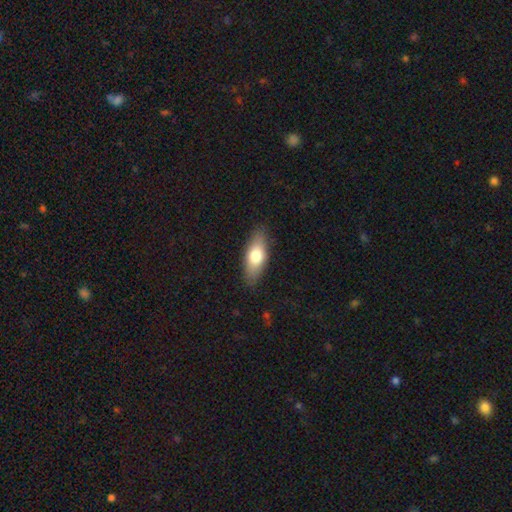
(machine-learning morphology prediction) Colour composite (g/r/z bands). It shows a smooth galaxy with no disk features (72%) that is in between round and cigar-shaped (74%). Merging: none (85%).